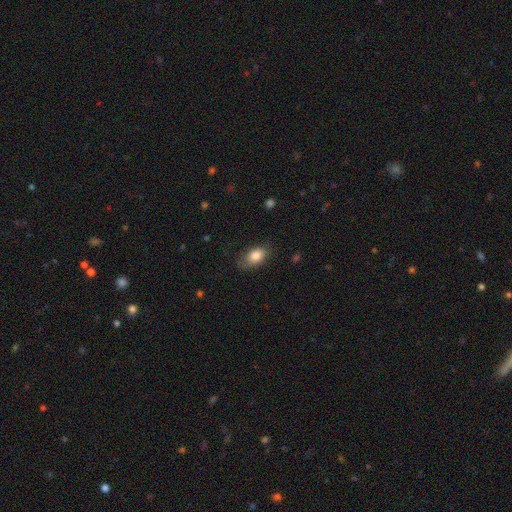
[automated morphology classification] Overall: smooth (82%). How rounded: in between (88%). Merging: none (68%).